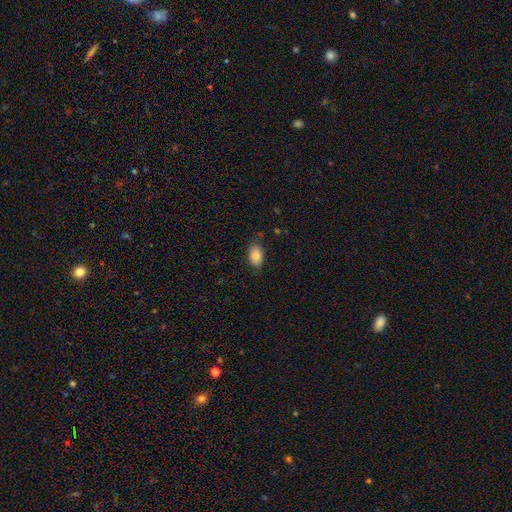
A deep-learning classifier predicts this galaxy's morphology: The model was most divided on "merging": none: 80%, minor disturbance: 16%, major disturbance: 3%, merger: 1%. More confident: how rounded — in between (88%); smooth or featured — smooth (82%).